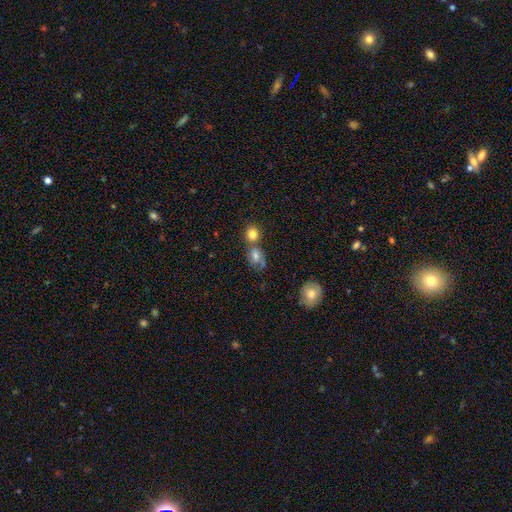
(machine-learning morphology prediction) Q: Smooth or featured?
A: smooth (71%); runner-up: featured or disk (16%)
Q: How rounded?
A: in between (50%); runner-up: round (48%)
Q: Merging?
A: none (42%); runner-up: merger (36%)